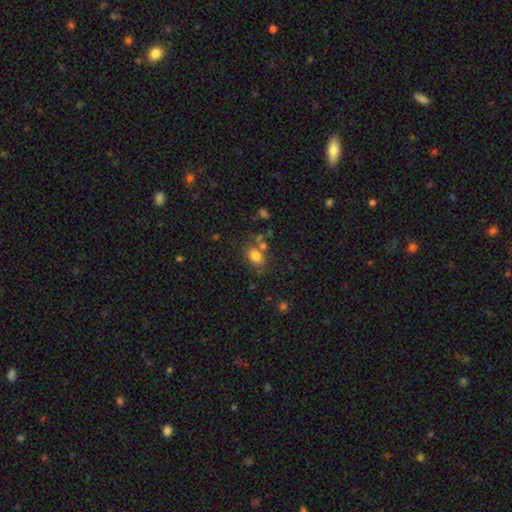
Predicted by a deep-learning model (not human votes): smooth-or-featured: smooth: 77% | star or artifact: 12% | featured or disk: 11%
  how-rounded: in between: 74% | round: 25% | cigar-shaped: 2%
  merging: none: 61% | merger: 18% | minor disturbance: 16% | major disturbance: 6%